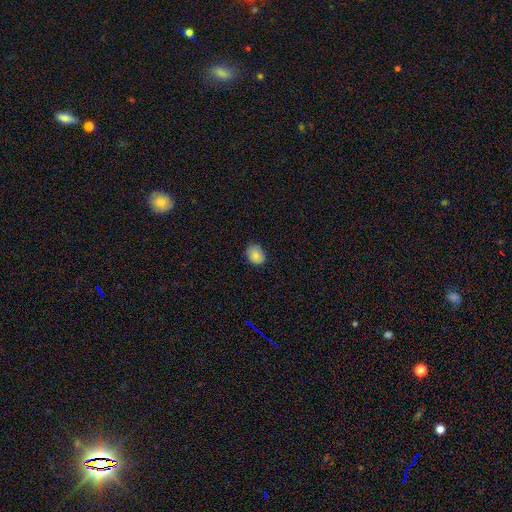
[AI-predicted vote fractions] Smooth or featured? Predicted: smooth (p=0.85). How rounded? Predicted: in between (p=0.51). Merging? Predicted: none (p=0.75).